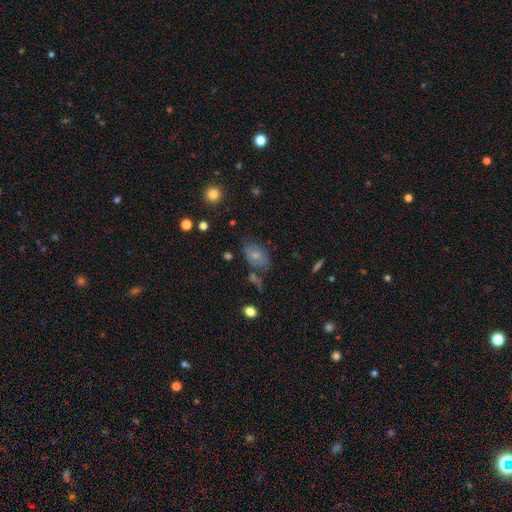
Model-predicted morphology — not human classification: smooth-or-featured: smooth: 66% | featured or disk: 24% | star or artifact: 10%
  how-rounded: in between: 83% | round: 15% | cigar-shaped: 2%
  merging: none: 56% | minor disturbance: 24% | merger: 10% | major disturbance: 10%